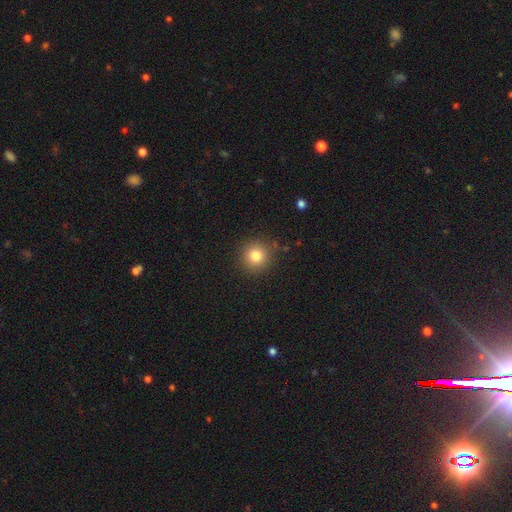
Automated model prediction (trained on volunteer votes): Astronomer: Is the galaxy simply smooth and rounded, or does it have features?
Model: smooth — 81%.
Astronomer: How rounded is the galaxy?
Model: round — 94%.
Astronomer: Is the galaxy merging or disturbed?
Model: none — 89%.